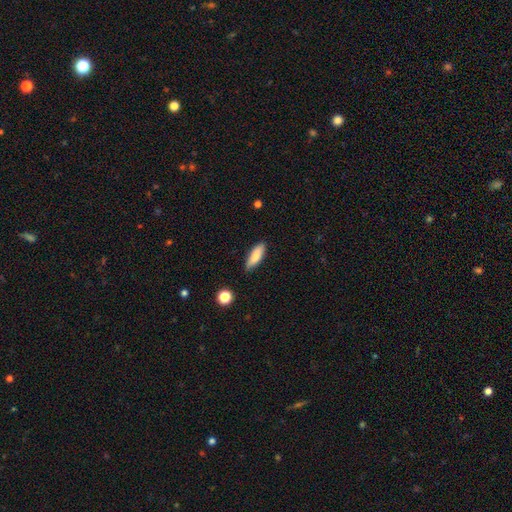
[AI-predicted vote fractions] This appears to be a smooth galaxy with no disk features (83%) that is in between round and cigar-shaped (57%). Merging: none (83%).